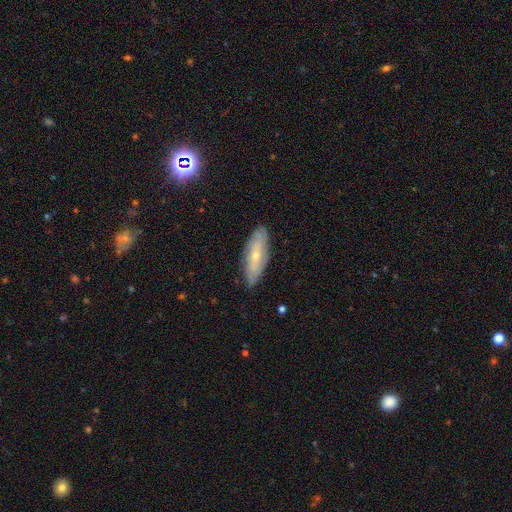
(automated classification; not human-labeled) Overall: smooth (47%; featured or disk 46%). Merging: none (83%).